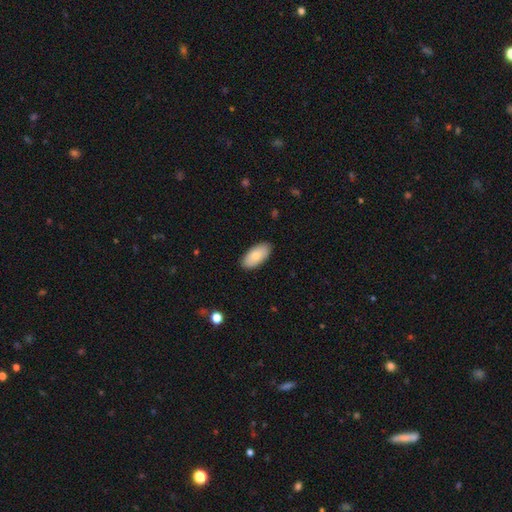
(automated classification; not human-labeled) Q: Smooth or featured?
A: smooth (79%); runner-up: featured or disk (15%)
Q: How rounded?
A: in between (94%); runner-up: cigar-shaped (3%)
Q: Merging?
A: none (89%); runner-up: minor disturbance (8%)